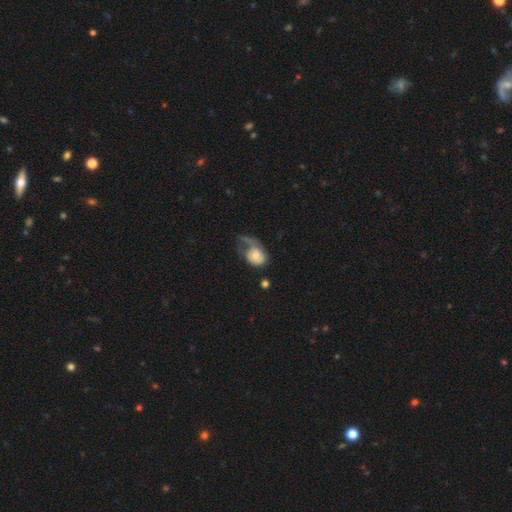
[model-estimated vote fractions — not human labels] A smooth galaxy with no disk features (53%) that is in between round and cigar-shaped (64%).

Vote fractions:
- Smooth or featured? smooth: 53% / featured or disk: 40% / star or artifact: 7%
- How rounded? in between: 64% / round: 35% / cigar-shaped: 1%
- Merging? major disturbance: 56% / minor disturbance: 20% / none: 18% / merger: 6%